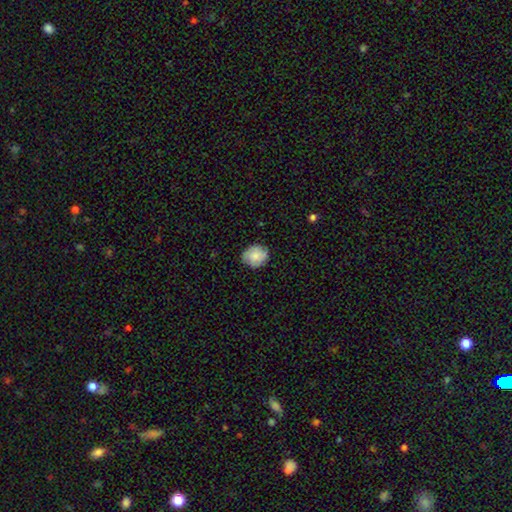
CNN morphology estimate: Smooth or featured? smooth (70%)
How rounded? round (77%)
Merging? none (80%)